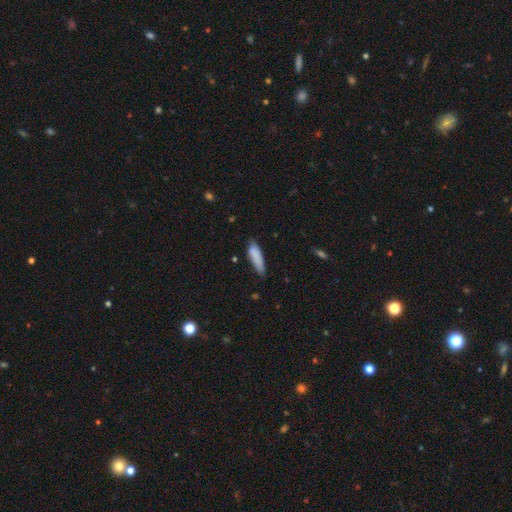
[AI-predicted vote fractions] This is clearly a smooth galaxy (83%). How rounded: possibly cigar-shaped (54%). Merging: possibly none (54%).